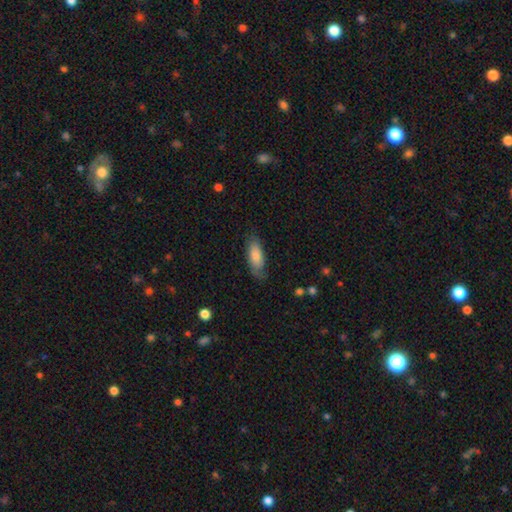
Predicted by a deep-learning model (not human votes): Overall: smooth (80%). How rounded: in between (77%). Merging: none (74%).